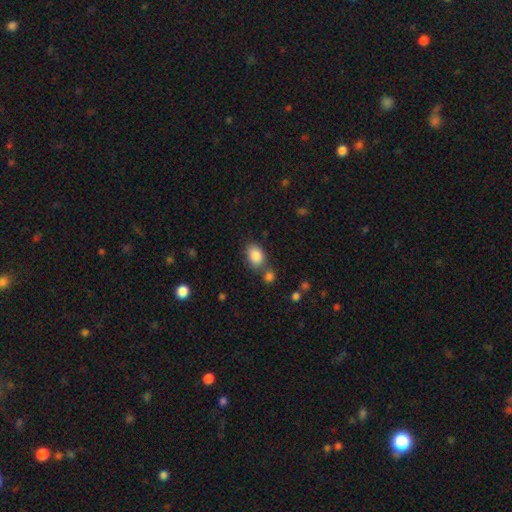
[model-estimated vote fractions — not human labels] Smooth or featured? Predicted: smooth (p=0.87). How rounded? Predicted: in between (p=0.80). Merging? Predicted: none (p=0.66).